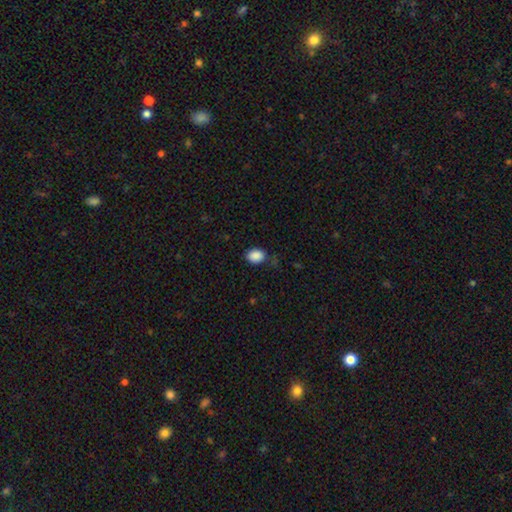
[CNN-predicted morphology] The model was most divided on "how rounded": in between: 68%, round: 31%, cigar-shaped: 1%. More confident: smooth or featured — smooth (89%); merging — none (79%).